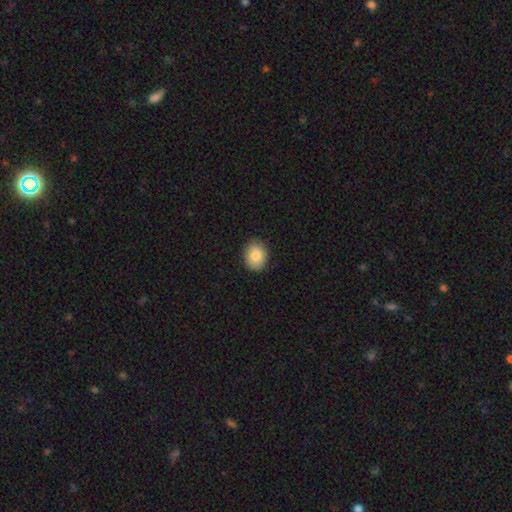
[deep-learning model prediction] Smooth or featured?
  - smooth: 85% *
  - star or artifact: 8%
  - featured or disk: 7%
How rounded?
  - in between: 56% *
  - round: 43%
  - cigar-shaped: 1%
Merging?
  - none: 88% *
  - minor disturbance: 9%
  - major disturbance: 2%
  - merger: 1%